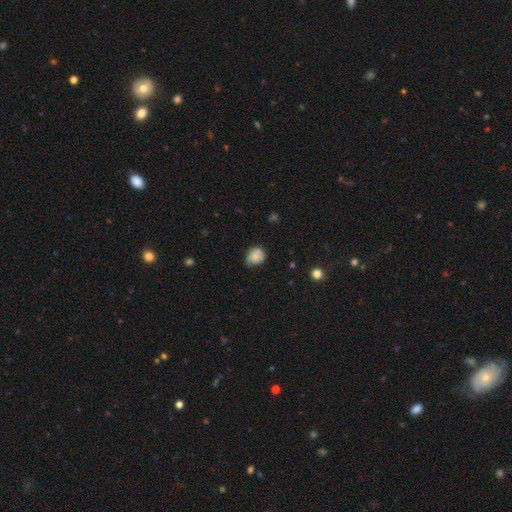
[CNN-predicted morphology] Smooth or featured? Predicted: smooth (p=0.76). How rounded? Predicted: round (p=0.57). Merging? Predicted: none (p=0.56).